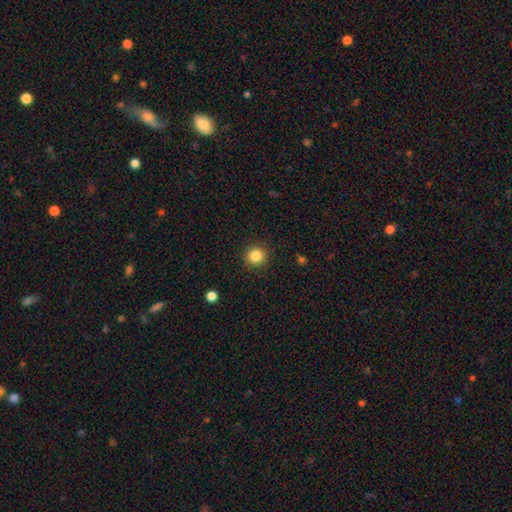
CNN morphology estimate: A smooth galaxy with no disk features (85%) that is round (94%). Merging: none (91%).